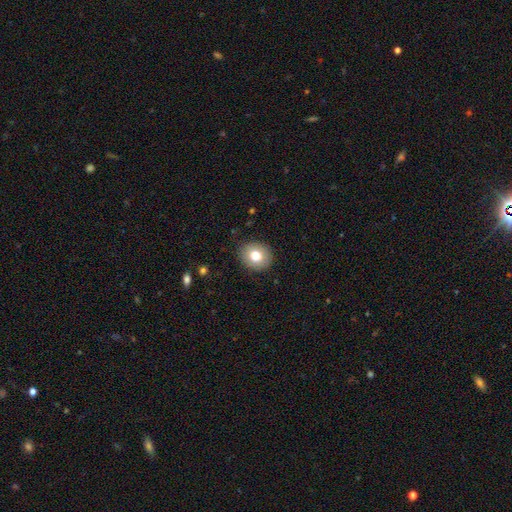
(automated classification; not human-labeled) This appears to be a smooth galaxy with no disk features (77%) that is round (76%). Merging: none (89%).